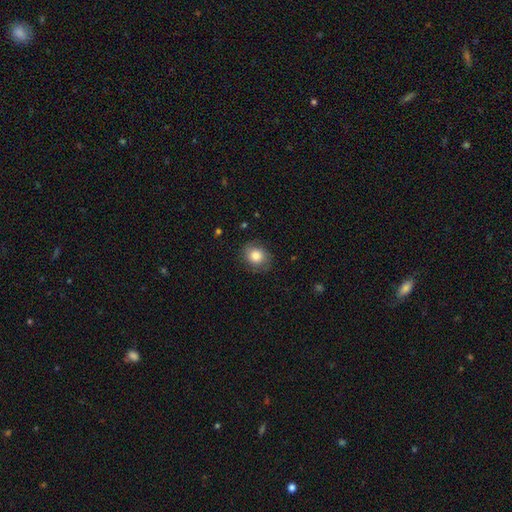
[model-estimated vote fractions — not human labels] Smooth or featured? Predicted: smooth (p=0.79). How rounded? Predicted: round (p=0.66). Merging? Predicted: none (p=0.78).